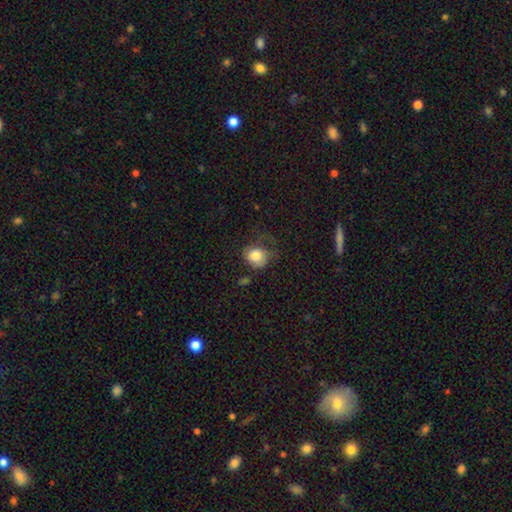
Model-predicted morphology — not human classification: smooth_or_featured: smooth (p=0.75) [alt: featured or disk p=0.18]
how_rounded: round (p=0.63) [alt: in between p=0.36]
merging: none (p=0.38) [alt: major disturbance p=0.30]